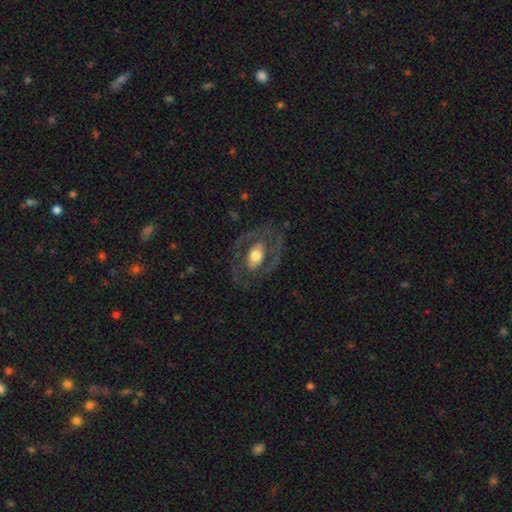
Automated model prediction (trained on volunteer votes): smooth-or-featured: featured or disk: 73% | smooth: 22% | star or artifact: 5%
  disk-edge-on: no: 95% | yes: 5%
    bar: no: 60% | weak: 26% | strong: 14%
    has-spiral-arms: yes: 65% | no: 35%
    bulge-size: moderate: 59% | large: 28% | small: 9% | dominant: 2% | none: 1%
  merging: none: 71% | minor disturbance: 15% | major disturbance: 13% | merger: 1%